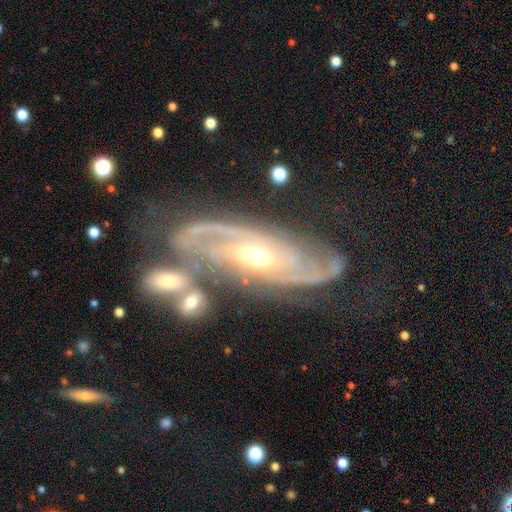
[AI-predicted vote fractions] smooth-or-featured: featured or disk: 91% | star or artifact: 5% | smooth: 4%
  disk-edge-on: no: 92% | yes: 8%
    bar: no: 47% | weak: 33% | strong: 19%
    has-spiral-arms: yes: 97% | no: 3%
      spiral-winding: tight: 54% | medium: 37% | loose: 9%
      spiral-arm-count: 2: 59% | can't tell: 15% | 3: 14% | 4: 5% | 1: 4% | more than 4: 4%
    bulge-size: moderate: 56% | small: 38% | large: 3% | none: 1% | dominant: 1%
  merging: none: 56% | merger: 17% | minor disturbance: 17% | major disturbance: 10%